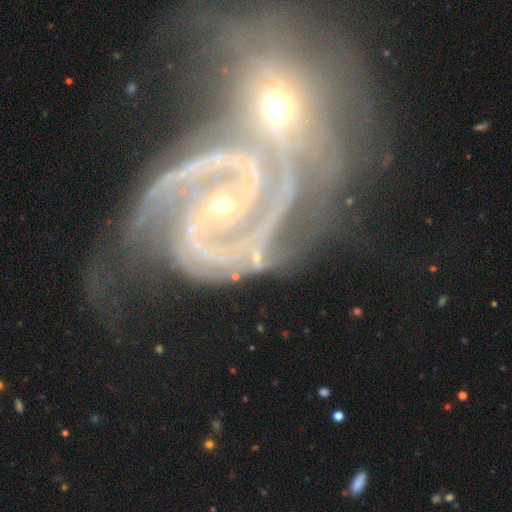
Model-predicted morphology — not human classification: This appears to be a featured or disk galaxy (86%) with a strong bar (37%), 2 (35%) tight (62%) spiral arms (97%) and a small central bulge (77%). Merging: none (62%).